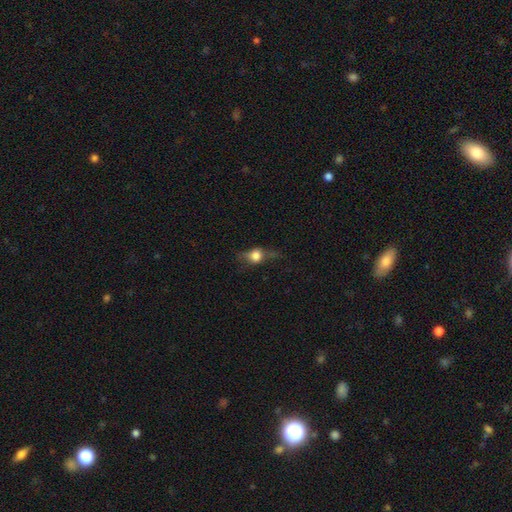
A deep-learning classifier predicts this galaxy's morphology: Q: Smooth or featured?
A: smooth (55%); runner-up: featured or disk (33%)
Q: How rounded?
A: round (55%); runner-up: in between (37%)
Q: Merging?
A: none (56%); runner-up: minor disturbance (24%)